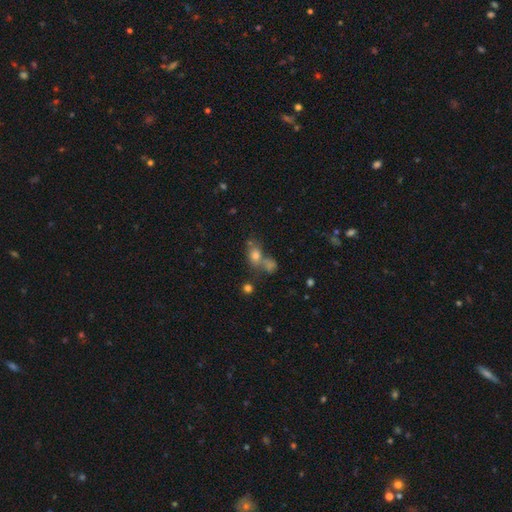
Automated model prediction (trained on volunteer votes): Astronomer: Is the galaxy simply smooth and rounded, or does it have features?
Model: smooth — 65%.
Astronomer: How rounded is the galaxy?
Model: in between — 48%, tied with round at 48%.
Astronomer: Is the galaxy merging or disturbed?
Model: none — 43% (runner-up: merger, 37%).